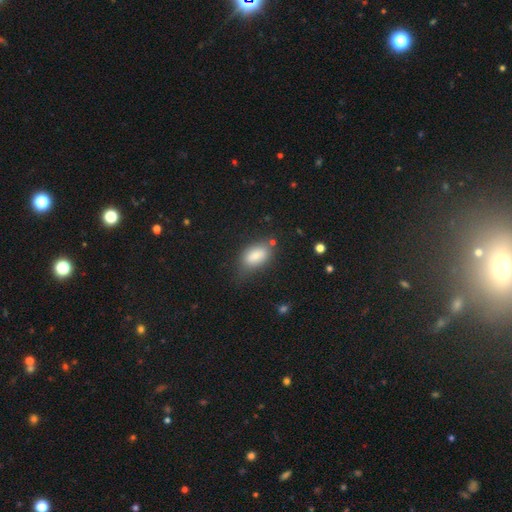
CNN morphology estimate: Overall: smooth (81%). How rounded: in between (90%). Merging: none (60%; minor disturbance 26%).